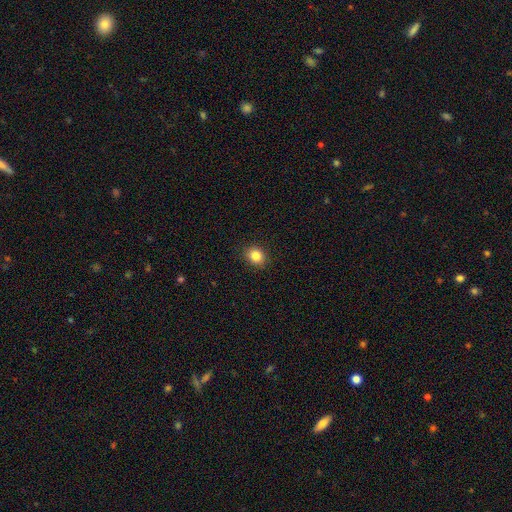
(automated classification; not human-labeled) smooth 85%, star or artifact 10%, featured or disk 5%. Down the decision tree: how rounded — round (61%); merging — none (90%).